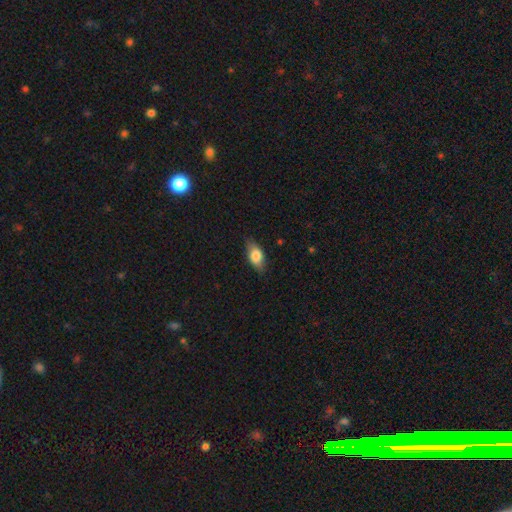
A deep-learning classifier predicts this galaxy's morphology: A smooth galaxy with no disk features (77%) that is in between round and cigar-shaped (85%).

Vote fractions:
- Smooth or featured? smooth: 77% / featured or disk: 16% / star or artifact: 7%
- How rounded? in between: 85% / cigar-shaped: 9% / round: 6%
- Merging? none: 81% / minor disturbance: 15% / major disturbance: 3% / merger: 1%